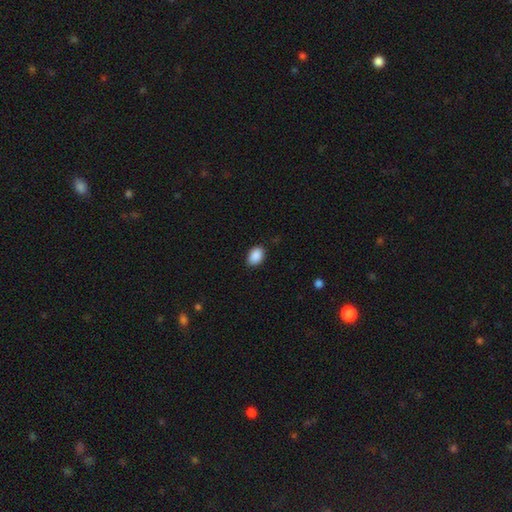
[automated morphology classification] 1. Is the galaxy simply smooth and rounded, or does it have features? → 90% smooth, 7% star or artifact, 3% featured or disk.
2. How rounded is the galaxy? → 82% in between, 17% round, 1% cigar-shaped.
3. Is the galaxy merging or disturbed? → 87% none, 10% minor disturbance, 2% major disturbance, 1% merger.